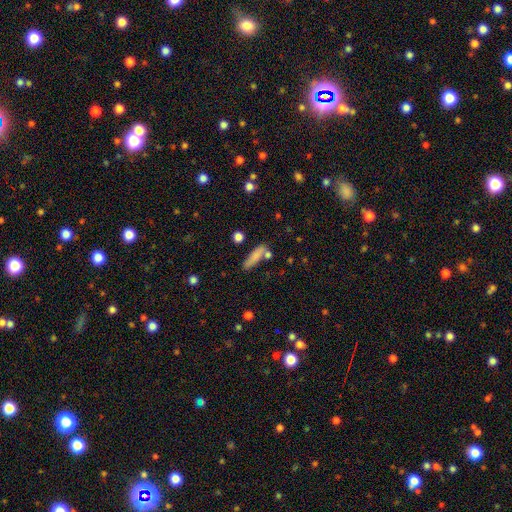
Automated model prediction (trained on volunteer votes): This appears to be a smooth galaxy with no disk features (79%) that is cigar-shaped (67%). Merging: none (64%).